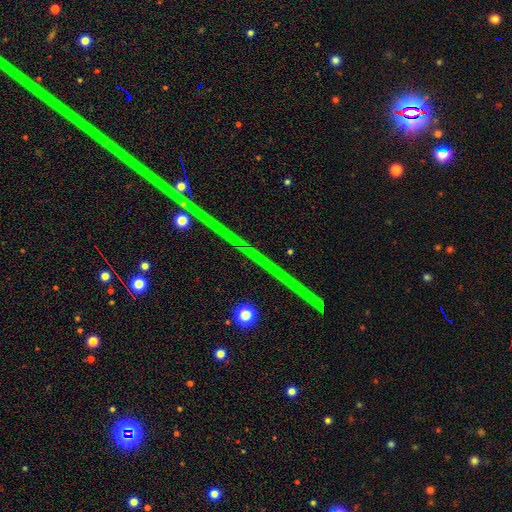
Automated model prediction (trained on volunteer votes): A star or artifact, not a galaxy (80%).